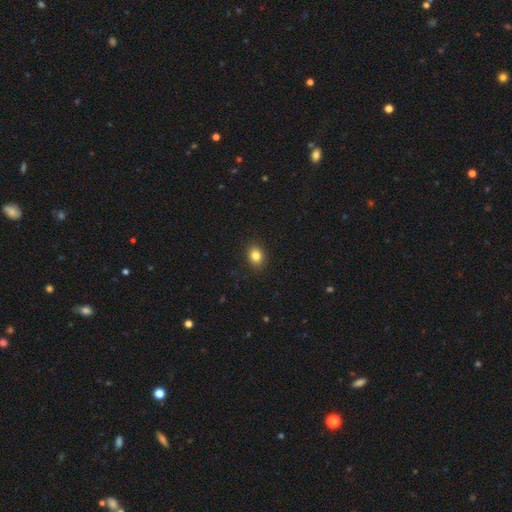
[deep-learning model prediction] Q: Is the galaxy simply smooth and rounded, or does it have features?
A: smooth — 83%.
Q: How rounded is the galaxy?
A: in between — 50%.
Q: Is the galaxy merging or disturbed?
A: none — 90%.